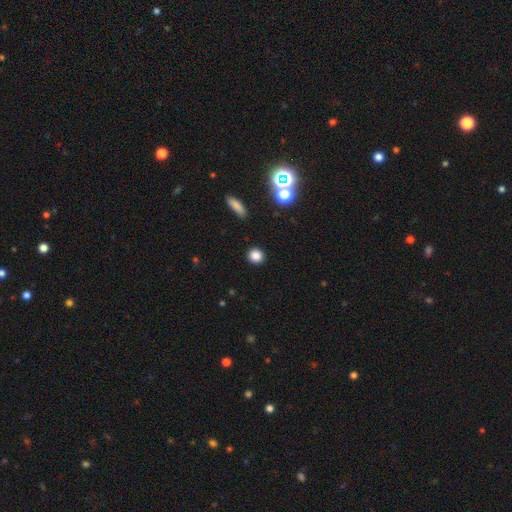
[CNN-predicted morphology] Smooth or featured: smooth — 83% (star or artifact — 12%)
How rounded: round — 87% (in between — 12%)
Merging: none — 91% (minor disturbance — 5%)